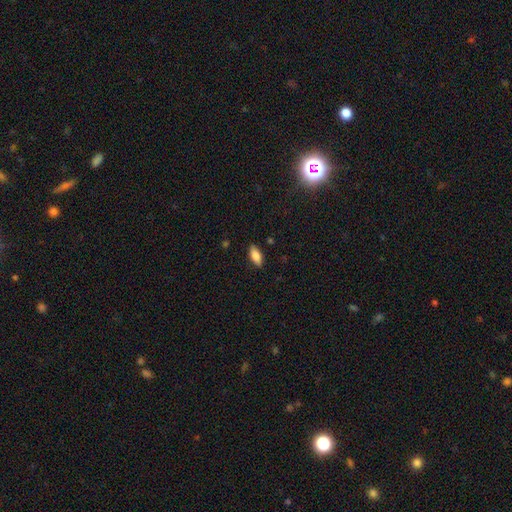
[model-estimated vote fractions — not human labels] Overall: smooth (76%). How rounded: in between (82%). Merging: none (87%).